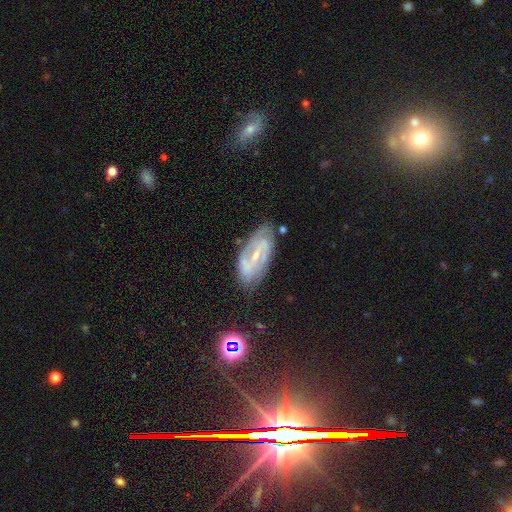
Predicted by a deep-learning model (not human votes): A featured or disk galaxy (79%) with a weak bar (43%), 2 (72%) medium (42%) spiral arms (89%) and a small central bulge (72%).

Vote fractions:
- Smooth or featured? featured or disk: 79% / smooth: 13% / star or artifact: 9%
- Edge-on disk? no: 92% / yes: 8%
- Bar? weak: 43% / strong: 40% / no: 18%
- Spiral arms? yes: 89% / no: 11%
- Spiral winding? medium: 42% / tight: 39% / loose: 19%
- Spiral arm count? 2: 72% / can't tell: 17% / 3: 4% / 1: 3% / 4: 2% / more than 4: 2%
- Bulge size? small: 72% / moderate: 23% / none: 4% / large: 1% / dominant: 1%
- Merging? none: 72% / minor disturbance: 20% / major disturbance: 6% / merger: 2%